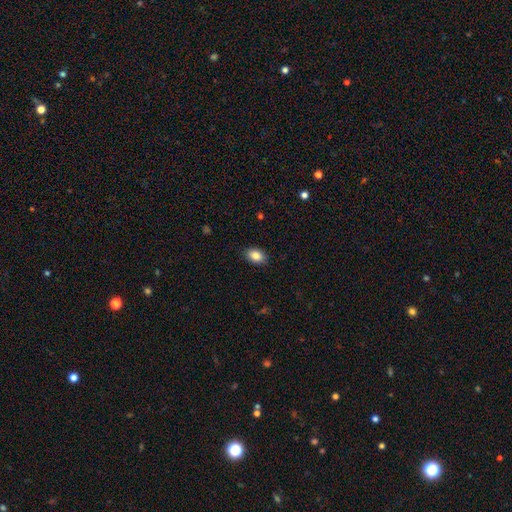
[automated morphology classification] The model was most divided on "how rounded": in between: 86%, round: 12%, cigar-shaped: 1%. More confident: merging — none (88%); smooth or featured — smooth (86%).